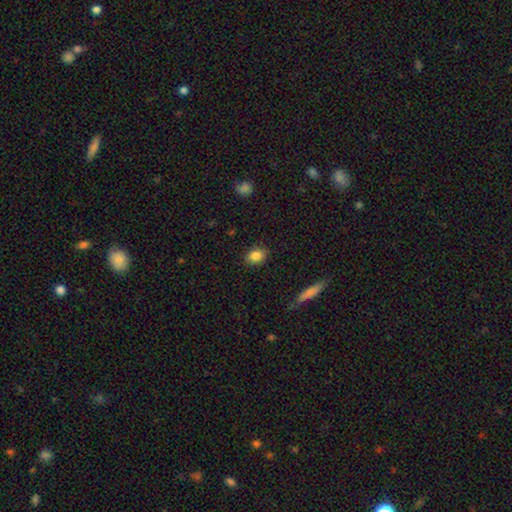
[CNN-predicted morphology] The model was most divided on "how rounded": in between: 64%, round: 34%, cigar-shaped: 2%. More confident: merging — none (85%); smooth or featured — smooth (85%).